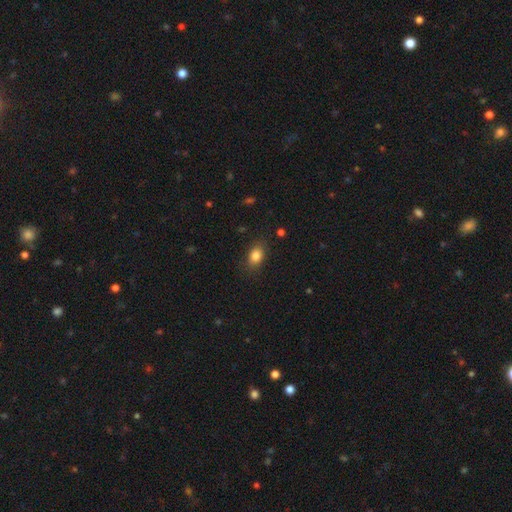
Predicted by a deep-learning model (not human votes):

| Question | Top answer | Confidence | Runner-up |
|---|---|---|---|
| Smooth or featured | smooth | 85% | star or artifact (9%) |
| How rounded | in between | 79% | round (20%) |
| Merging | none | 83% | minor disturbance (12%) |